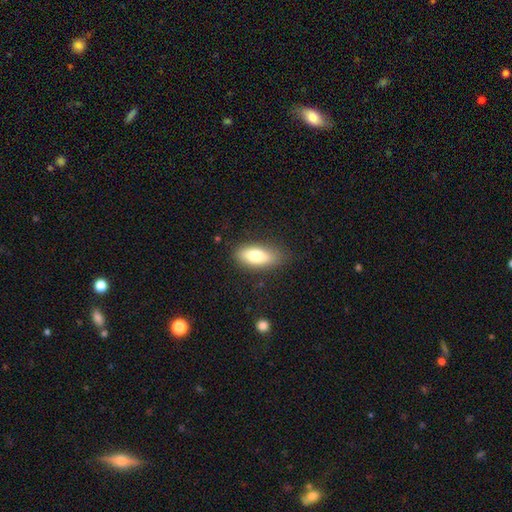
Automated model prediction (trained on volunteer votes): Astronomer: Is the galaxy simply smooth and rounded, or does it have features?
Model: smooth — 78%.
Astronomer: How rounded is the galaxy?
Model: in between — 79%.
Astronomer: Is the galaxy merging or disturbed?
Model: none — 80%.